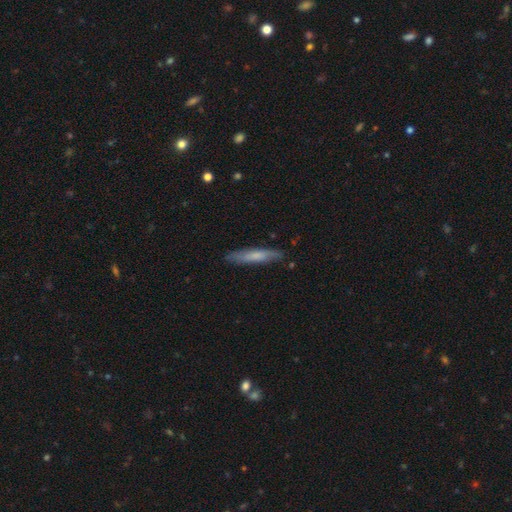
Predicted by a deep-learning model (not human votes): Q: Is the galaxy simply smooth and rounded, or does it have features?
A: smooth — 62%.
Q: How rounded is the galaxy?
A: cigar-shaped — 91%.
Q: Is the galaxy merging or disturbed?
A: none — 84%.